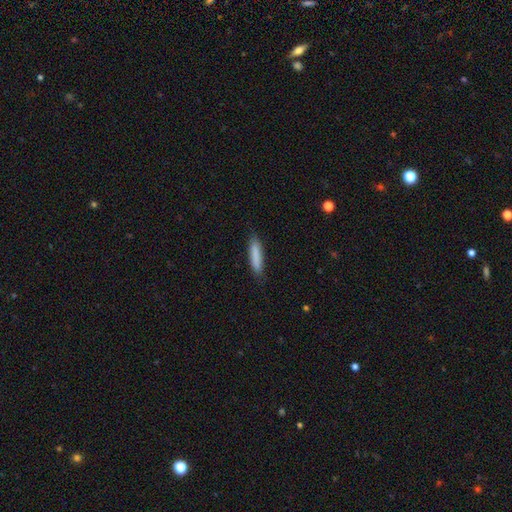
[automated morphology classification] This appears to be a smooth galaxy with no disk features (85%) that is cigar-shaped (84%). Merging: none (85%).